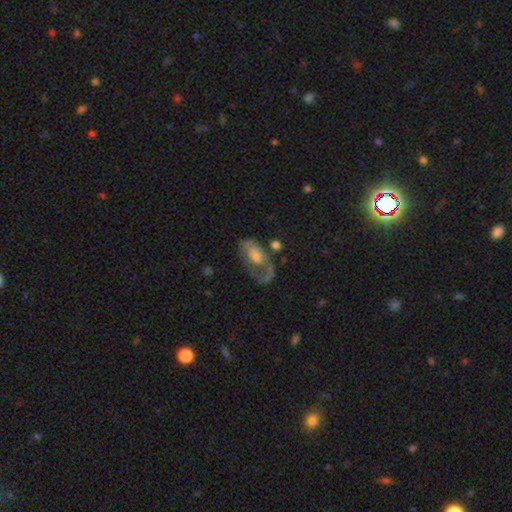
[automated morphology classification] A featured or disk galaxy (65%) with no bar (66%), spiral arms (66%) and a moderate central bulge (47%). Merging: none (42%).